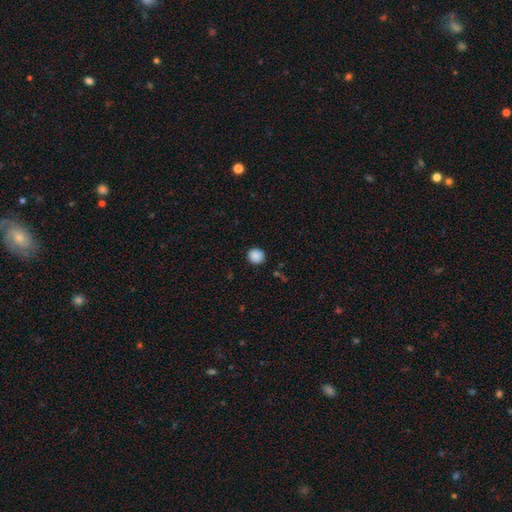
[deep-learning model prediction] Smooth or featured: smooth — 88% (star or artifact — 9%)
How rounded: round — 85% (in between — 14%)
Merging: none — 90% (minor disturbance — 7%)